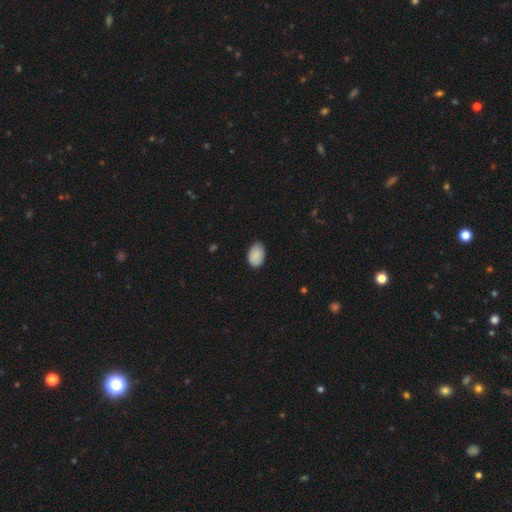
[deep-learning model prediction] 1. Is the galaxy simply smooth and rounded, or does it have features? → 89% smooth, 7% star or artifact, 4% featured or disk.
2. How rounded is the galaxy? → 89% in between, 10% round, 1% cigar-shaped.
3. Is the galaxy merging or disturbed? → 83% none, 14% minor disturbance, 2% major disturbance, 1% merger.